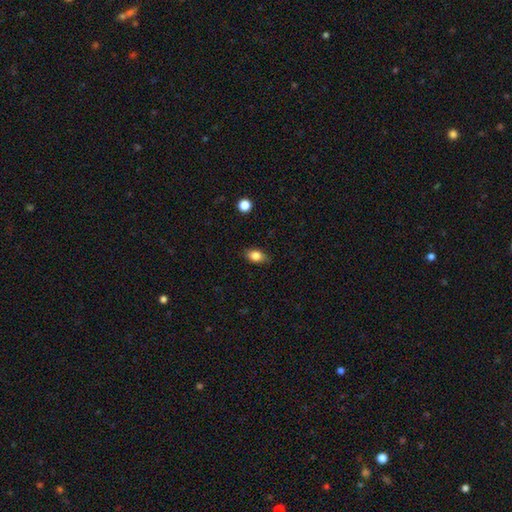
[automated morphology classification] smooth 83%, star or artifact 9%, featured or disk 8%. Down the decision tree: how rounded — in between (82%); merging — none (83%).